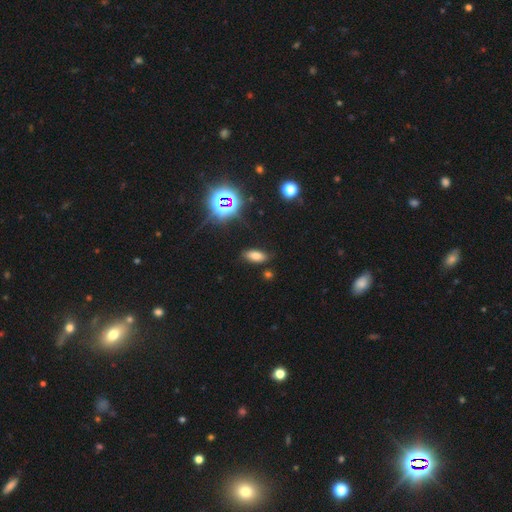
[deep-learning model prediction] Q: Smooth or featured?
A: smooth (71%); runner-up: star or artifact (20%)
Q: How rounded?
A: in between (86%); runner-up: cigar-shaped (10%)
Q: Merging?
A: none (85%); runner-up: minor disturbance (11%)